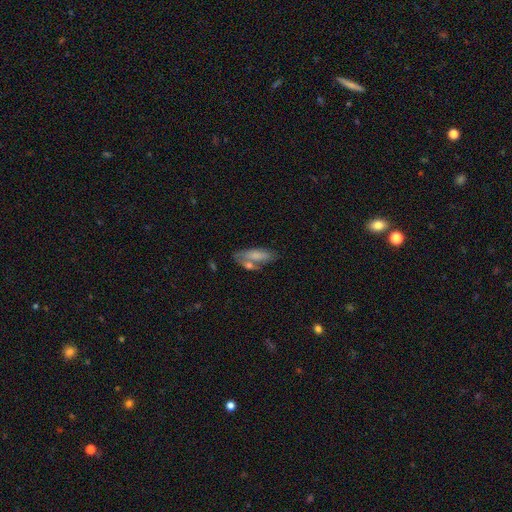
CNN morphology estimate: Smooth or featured?
  - smooth: 73% *
  - featured or disk: 20%
  - star or artifact: 7%
How rounded?
  - in between: 70% *
  - cigar-shaped: 28%
  - round: 3%
Merging?
  - none: 51% *
  - merger: 24%
  - minor disturbance: 19%
  - major disturbance: 7%